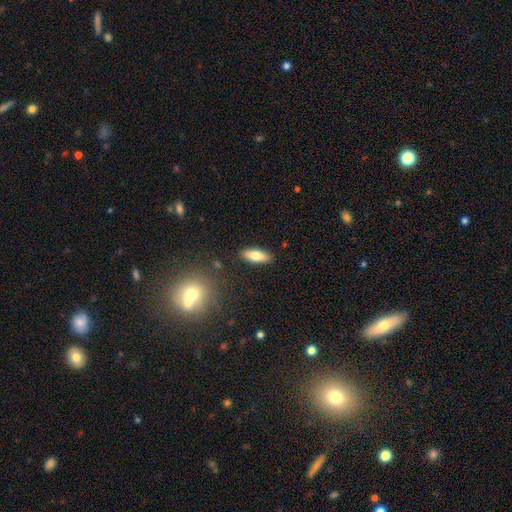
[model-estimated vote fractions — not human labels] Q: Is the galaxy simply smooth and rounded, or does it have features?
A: smooth — 75%.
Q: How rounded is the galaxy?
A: in between — 69%.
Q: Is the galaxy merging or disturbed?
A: none — 87%.